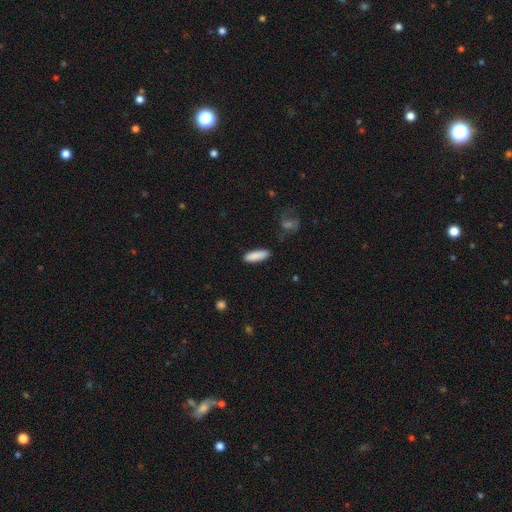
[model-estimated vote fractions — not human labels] A smooth galaxy with no disk features (88%) that is cigar-shaped (53%). Merging: none (86%).